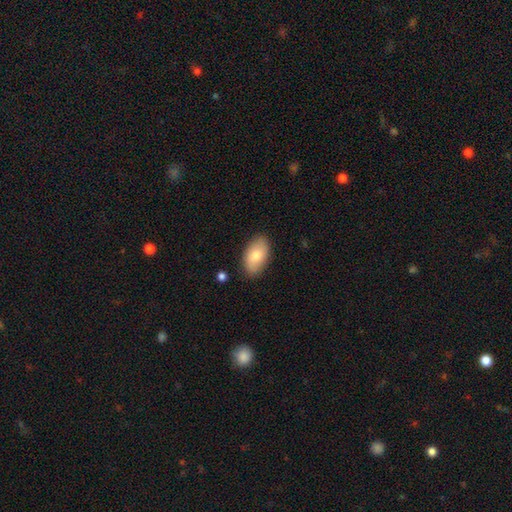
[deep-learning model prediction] Smooth or featured? Predicted: smooth (p=0.78). How rounded? Predicted: in between (p=0.94). Merging? Predicted: none (p=0.85).